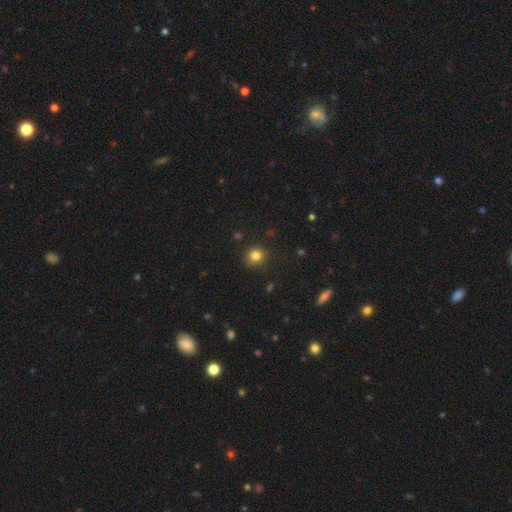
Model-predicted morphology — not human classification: smooth_or_featured: smooth (p=0.81) [alt: star or artifact p=0.13]
how_rounded: round (p=0.88) [alt: in between p=0.11]
merging: none (p=0.87) [alt: minor disturbance p=0.09]